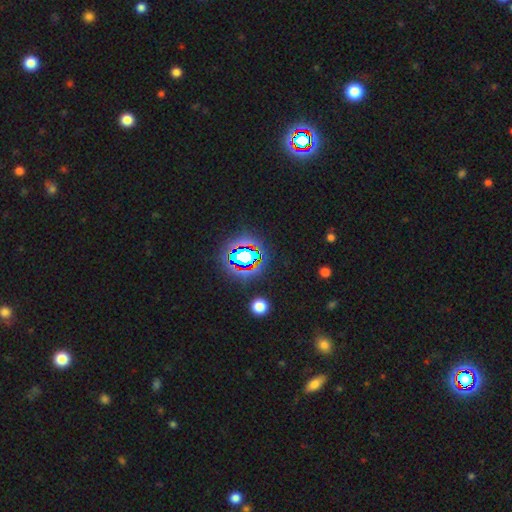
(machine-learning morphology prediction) Smooth or featured: star or artifact — 80% (smooth — 12%)